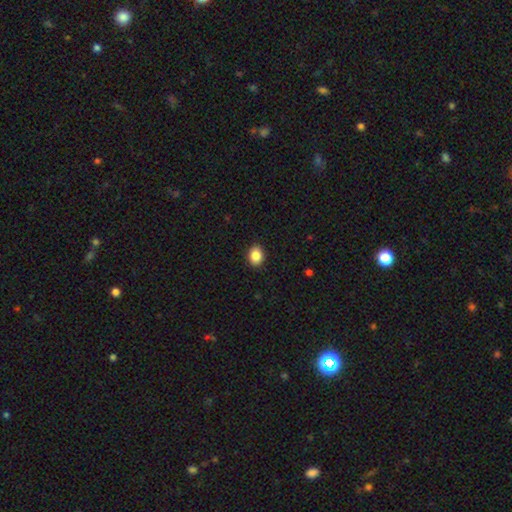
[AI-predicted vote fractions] Q: Smooth or featured?
A: smooth (87%); runner-up: star or artifact (9%)
Q: How rounded?
A: in between (55%); runner-up: round (44%)
Q: Merging?
A: none (91%); runner-up: minor disturbance (6%)